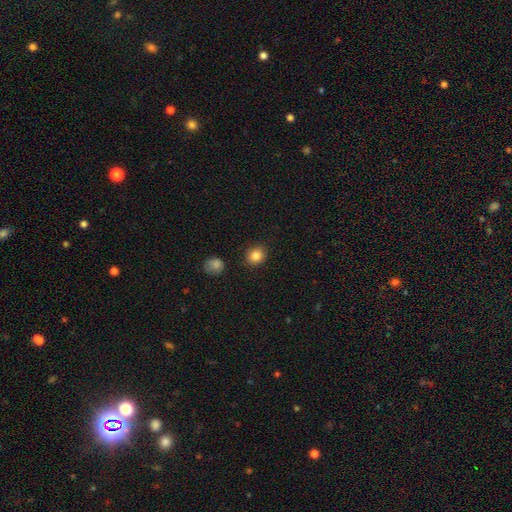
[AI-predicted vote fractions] Smooth or featured: smooth — 85% (star or artifact — 10%)
How rounded: round — 83% (in between — 16%)
Merging: none — 89% (minor disturbance — 7%)